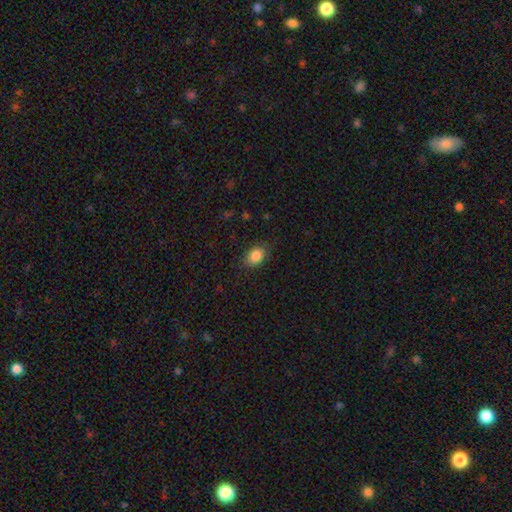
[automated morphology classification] Smooth or featured? smooth (86%)
How rounded? in between (72%)
Merging? none (81%)